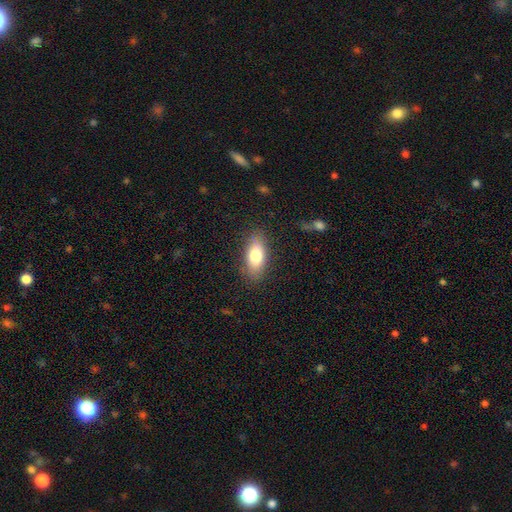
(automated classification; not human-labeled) Smooth or featured? smooth (75%)
How rounded? in between (79%)
Merging? none (83%)